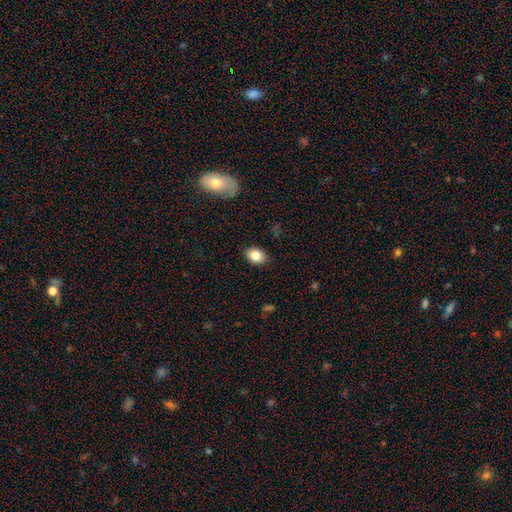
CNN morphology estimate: Overall: smooth (83%). How rounded: in between (74%). Merging: none (87%).